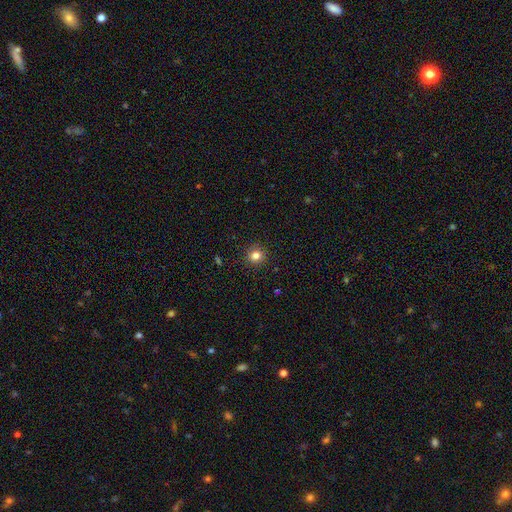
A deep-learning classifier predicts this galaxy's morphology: smooth_or_featured: smooth (p=0.81) [alt: star or artifact p=0.13]
how_rounded: round (p=0.92) [alt: in between p=0.07]
merging: none (p=0.91) [alt: minor disturbance p=0.06]